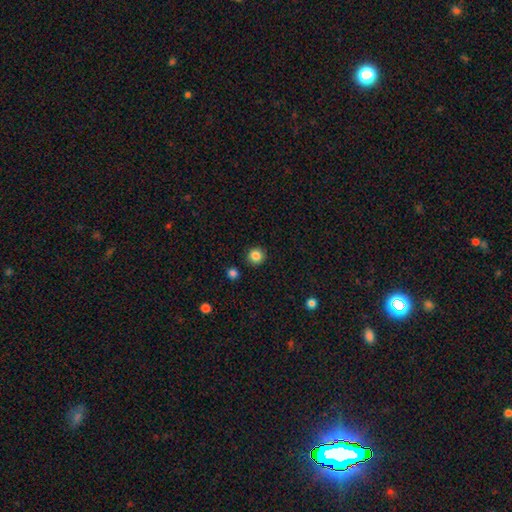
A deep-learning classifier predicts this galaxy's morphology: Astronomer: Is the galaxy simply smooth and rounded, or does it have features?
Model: smooth — 85%.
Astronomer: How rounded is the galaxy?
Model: round — 94%.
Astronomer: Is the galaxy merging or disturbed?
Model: none — 91%.